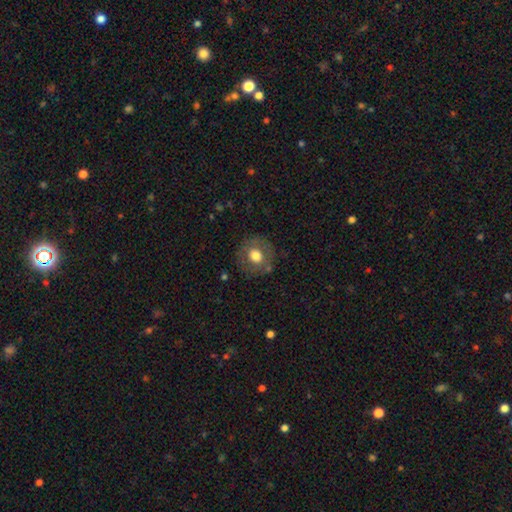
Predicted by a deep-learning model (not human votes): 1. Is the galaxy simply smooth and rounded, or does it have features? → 66% smooth, 26% featured or disk, 9% star or artifact.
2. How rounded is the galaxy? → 89% round, 10% in between, 1% cigar-shaped.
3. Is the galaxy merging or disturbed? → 82% none, 12% minor disturbance, 5% major disturbance, 2% merger.